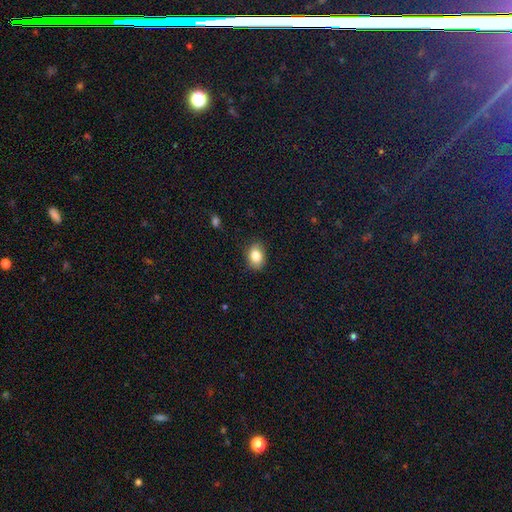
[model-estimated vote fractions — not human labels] Morphology: type=smooth (84%); roundness=in between (72%); merging=none (85%).